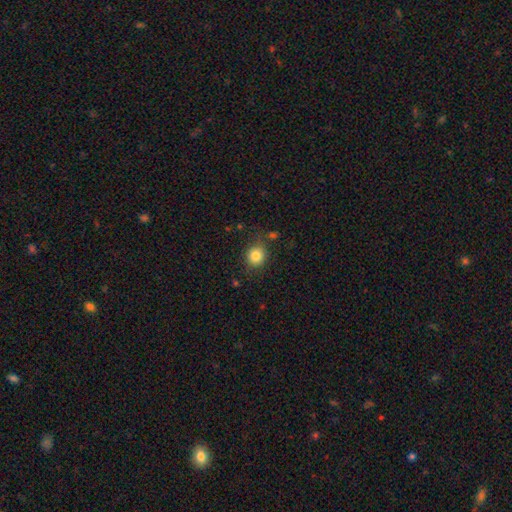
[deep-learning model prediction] A smooth galaxy with no disk features (82%) that is round (81%). Merging: none (79%).